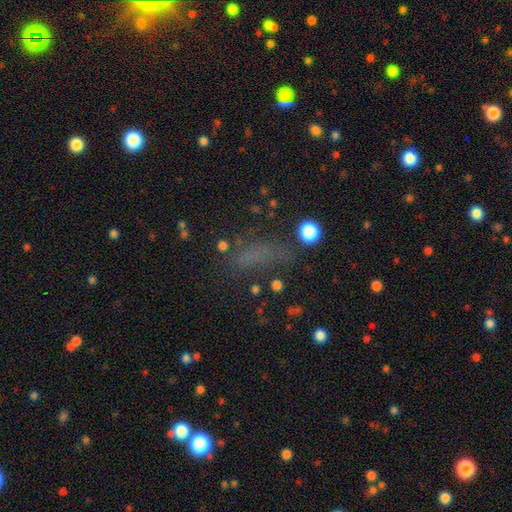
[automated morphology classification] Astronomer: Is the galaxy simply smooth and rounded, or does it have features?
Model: smooth — 51% (runner-up: star or artifact, 35%).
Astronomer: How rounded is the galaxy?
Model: in between — 50% (runner-up: cigar-shaped, 38%).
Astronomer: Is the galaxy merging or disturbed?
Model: none — 57%.